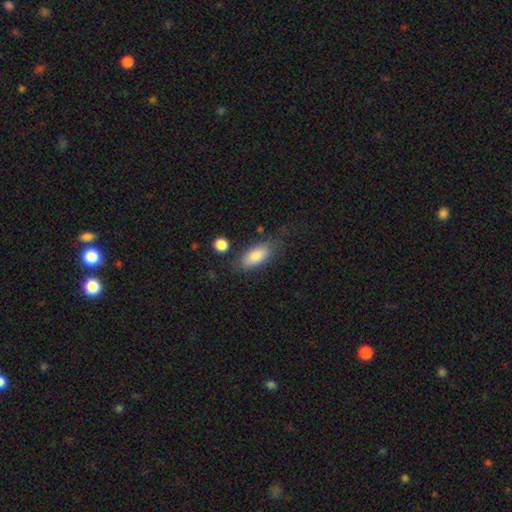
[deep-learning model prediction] Smooth or featured? Predicted: smooth (p=0.82). How rounded? Predicted: in between (p=0.85). Merging? Predicted: none (p=0.68).